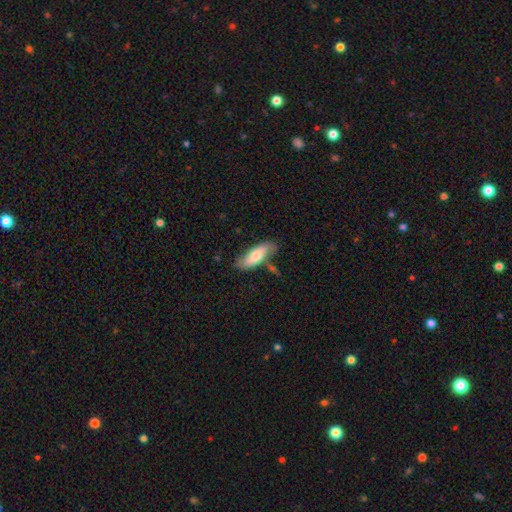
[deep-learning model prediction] This appears to be a smooth galaxy with no disk features (63%) that is in between round and cigar-shaped (72%). Merging: none (67%).